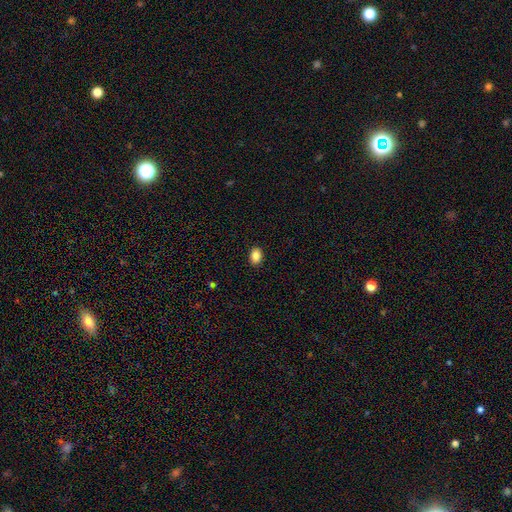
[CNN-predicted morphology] A smooth galaxy with no disk features (88%) that is in between round and cigar-shaped (80%). Merging: none (90%).